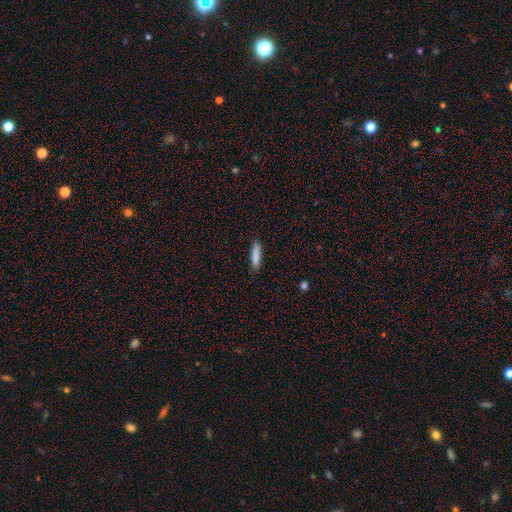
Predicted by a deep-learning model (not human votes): The model was most divided on "how rounded": cigar-shaped: 82%, in between: 17%, round: 1%. More confident: merging — none (88%); smooth or featured — smooth (85%).